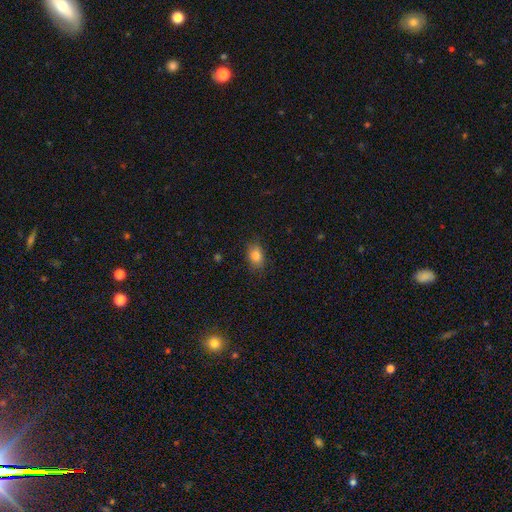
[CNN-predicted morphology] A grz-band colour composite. It shows a smooth galaxy with no disk features (83%) that is in between round and cigar-shaped (76%). Merging: none (84%).